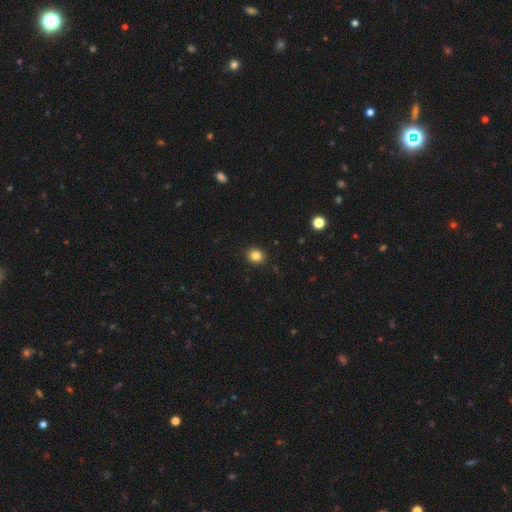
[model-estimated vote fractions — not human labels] Morphology: type=smooth (84%); roundness=round (72%); merging=none (91%).